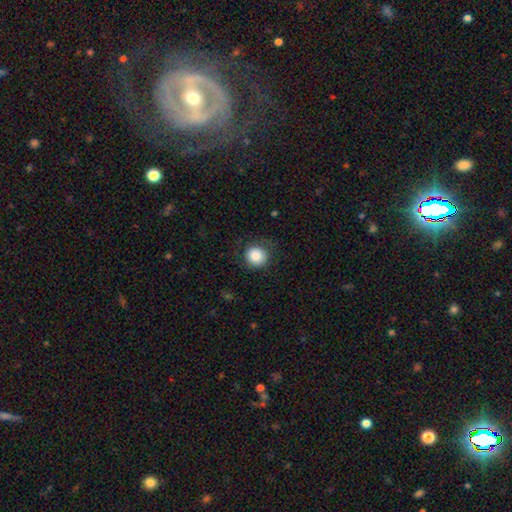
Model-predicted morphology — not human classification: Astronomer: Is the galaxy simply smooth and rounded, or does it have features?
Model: smooth — 85%.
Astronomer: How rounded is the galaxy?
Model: round — 91%.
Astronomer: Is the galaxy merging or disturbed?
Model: none — 79%.